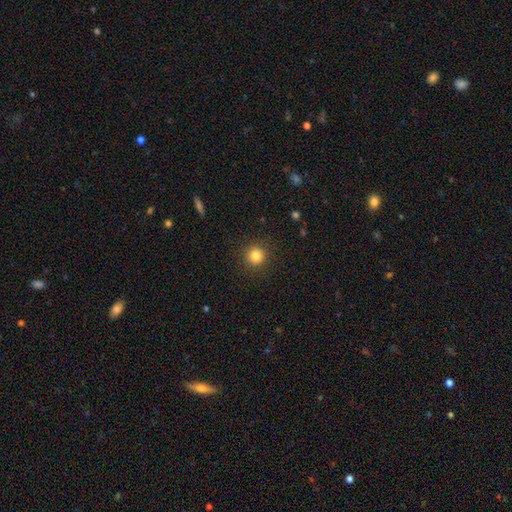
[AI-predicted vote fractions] Q: Smooth or featured?
A: smooth (83%); runner-up: star or artifact (12%)
Q: How rounded?
A: round (94%); runner-up: in between (5%)
Q: Merging?
A: none (91%); runner-up: minor disturbance (6%)